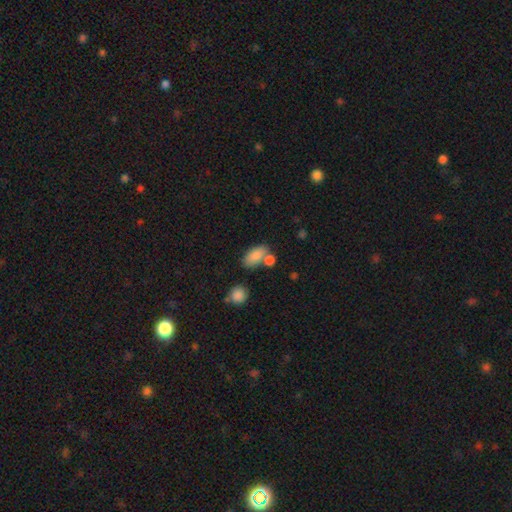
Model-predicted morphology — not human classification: Smooth or featured: smooth — 84% (star or artifact — 8%)
How rounded: in between — 89% (round — 6%)
Merging: none — 51% (merger — 27%)